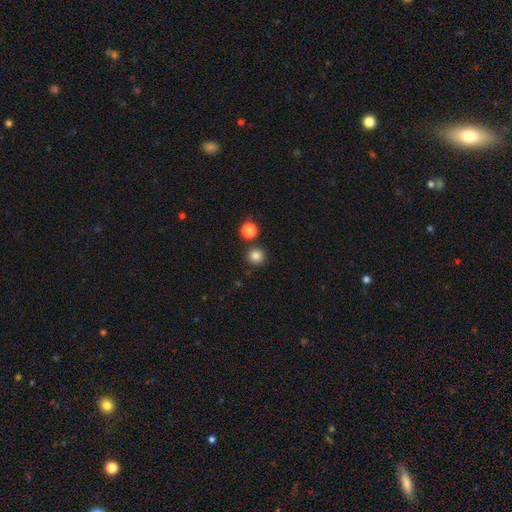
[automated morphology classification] This is clearly a smooth galaxy (83%). How rounded: clearly round (95%). Merging: clearly none (86%).